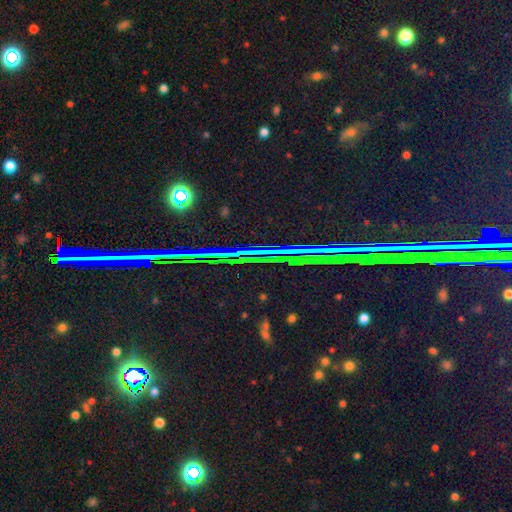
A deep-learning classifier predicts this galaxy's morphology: The model was most divided on "smooth or featured": star or artifact: 72%, smooth: 15%, featured or disk: 13%.